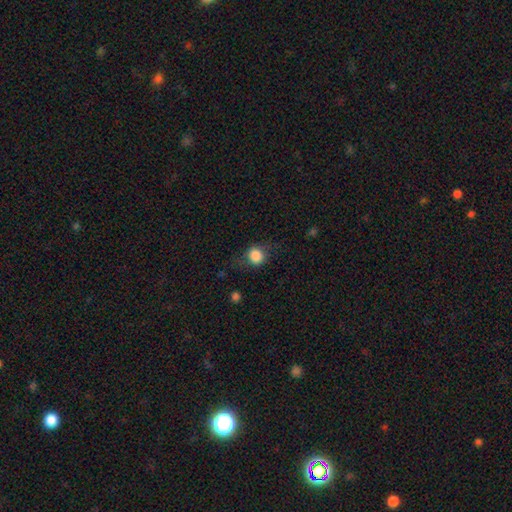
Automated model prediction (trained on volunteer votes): Q: Smooth or featured?
A: smooth (83%); runner-up: star or artifact (9%)
Q: How rounded?
A: round (79%); runner-up: in between (20%)
Q: Merging?
A: none (70%); runner-up: minor disturbance (19%)